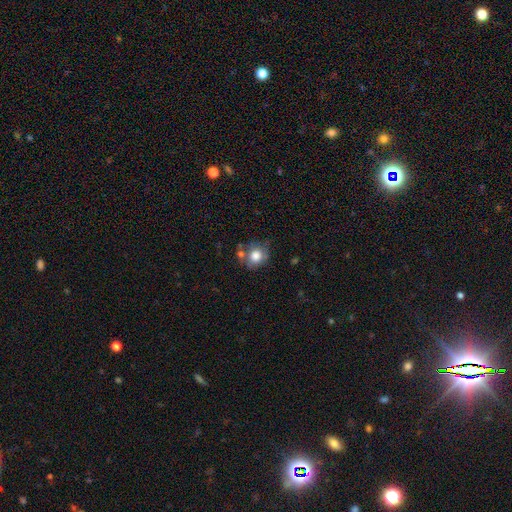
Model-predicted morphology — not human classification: smooth-or-featured: smooth: 77% | featured or disk: 14% | star or artifact: 9%
  how-rounded: round: 77% | in between: 22% | cigar-shaped: 1%
  merging: none: 57% | minor disturbance: 21% | merger: 15% | major disturbance: 7%